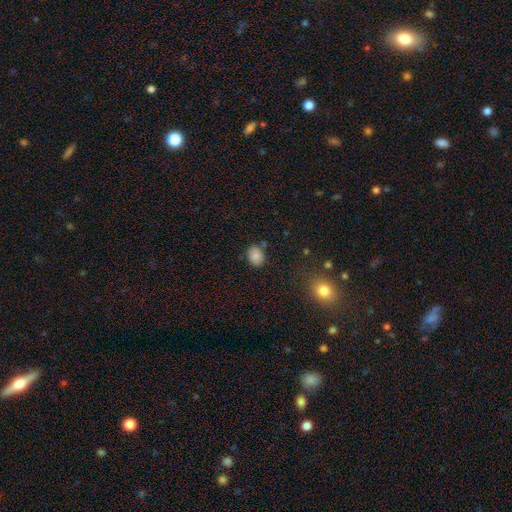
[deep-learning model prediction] This appears to be a smooth galaxy with no disk features (83%) that is in between round and cigar-shaped (55%). Merging: none (79%).